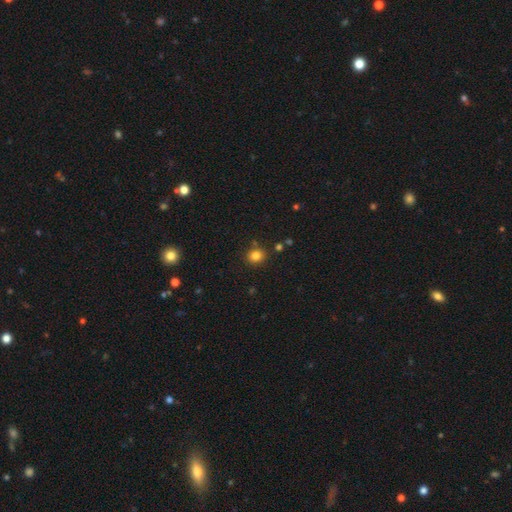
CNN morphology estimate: type=smooth (82%); roundness=round (77%); merging=none (84%).